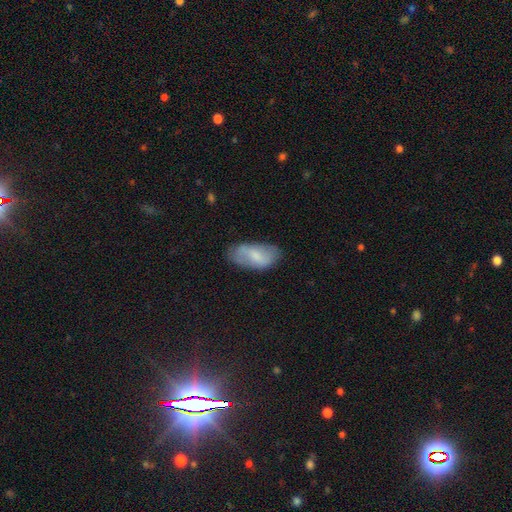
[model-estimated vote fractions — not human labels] This appears to be a smooth galaxy with no disk features (64%) that is in between round and cigar-shaped (93%). Merging: none (73%).